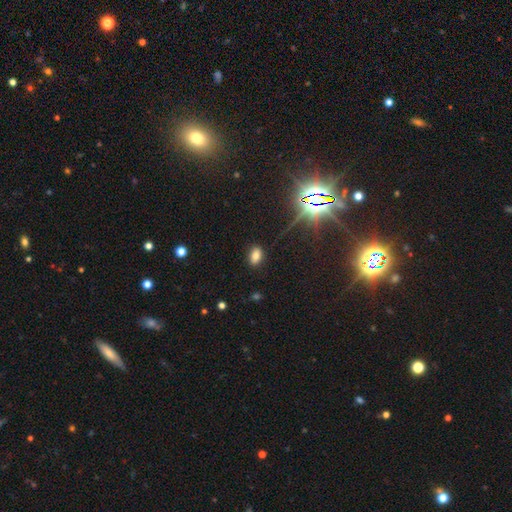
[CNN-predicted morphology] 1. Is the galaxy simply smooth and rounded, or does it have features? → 75% smooth, 17% star or artifact, 8% featured or disk.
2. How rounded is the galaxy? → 88% in between, 9% round, 2% cigar-shaped.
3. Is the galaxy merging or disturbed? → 87% none, 9% minor disturbance, 3% major disturbance, 1% merger.